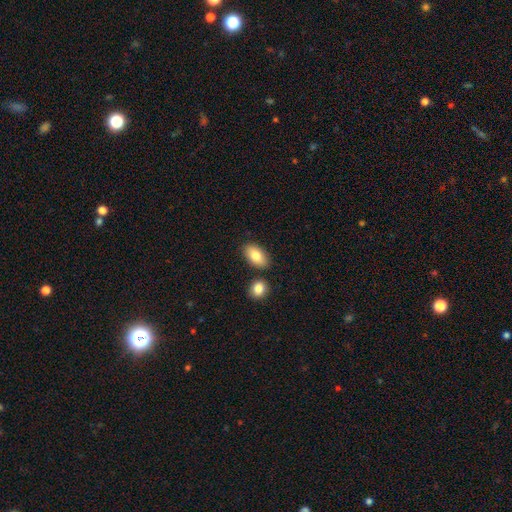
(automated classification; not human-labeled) Smooth or featured?
  - smooth: 81% *
  - featured or disk: 12%
  - star or artifact: 7%
How rounded?
  - in between: 92% *
  - round: 5%
  - cigar-shaped: 2%
Merging?
  - none: 80% *
  - minor disturbance: 9%
  - merger: 8%
  - major disturbance: 2%